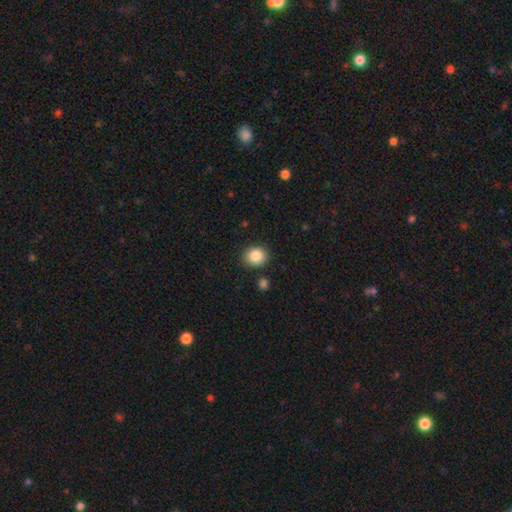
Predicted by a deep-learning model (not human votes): A smooth galaxy with no disk features (88%) that is round (78%). Merging: none (86%).